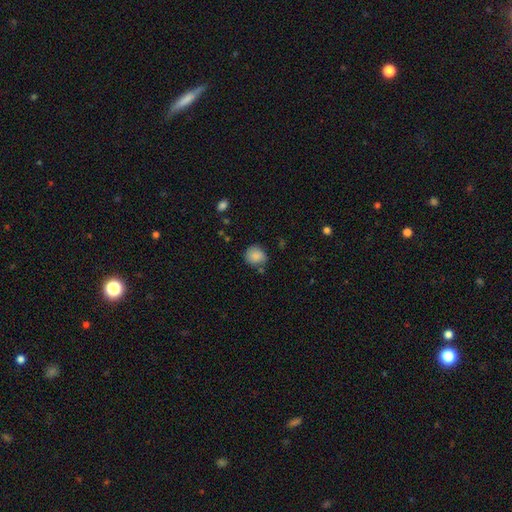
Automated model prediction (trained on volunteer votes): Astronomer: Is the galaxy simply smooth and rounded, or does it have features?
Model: smooth — 86%.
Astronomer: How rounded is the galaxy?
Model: round — 81%.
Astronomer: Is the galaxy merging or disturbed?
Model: none — 72%.